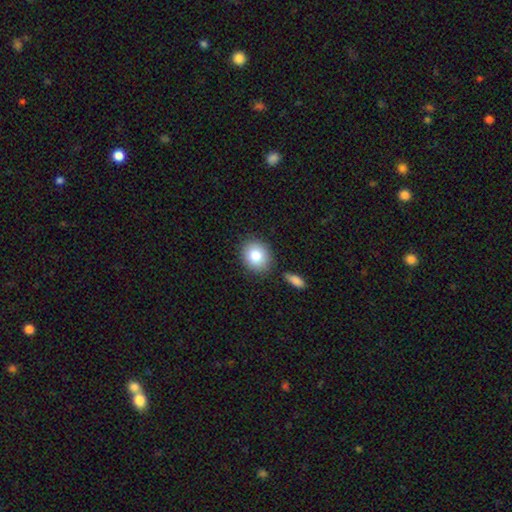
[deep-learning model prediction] Q: Smooth or featured?
A: smooth (83%); runner-up: featured or disk (9%)
Q: How rounded?
A: round (64%); runner-up: in between (35%)
Q: Merging?
A: none (82%); runner-up: minor disturbance (10%)